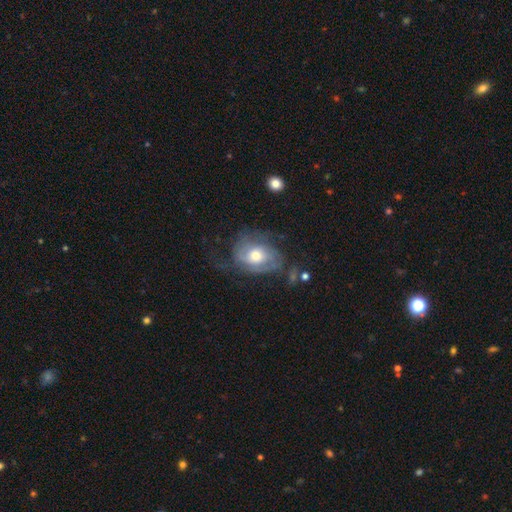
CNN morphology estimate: type=featured or disk (71%); edge-on=no (97%); bar=no (73%); spiral arms=yes (84%); winding=tight (43%); arm count=2 (38%); bulge=moderate (67%); merging=none (48%).